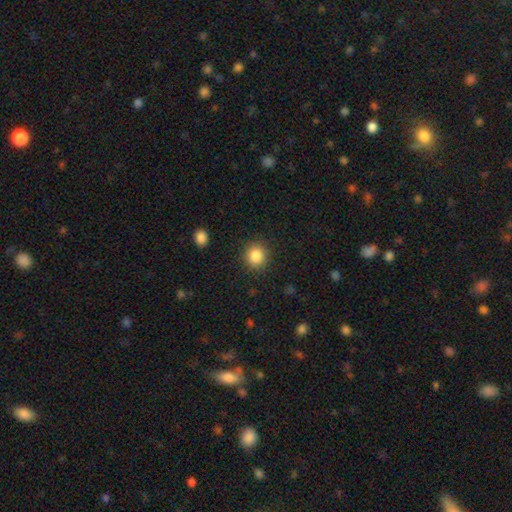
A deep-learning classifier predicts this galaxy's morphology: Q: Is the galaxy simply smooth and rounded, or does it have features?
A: smooth — 86%.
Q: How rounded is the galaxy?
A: round — 85%.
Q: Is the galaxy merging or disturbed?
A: none — 89%.